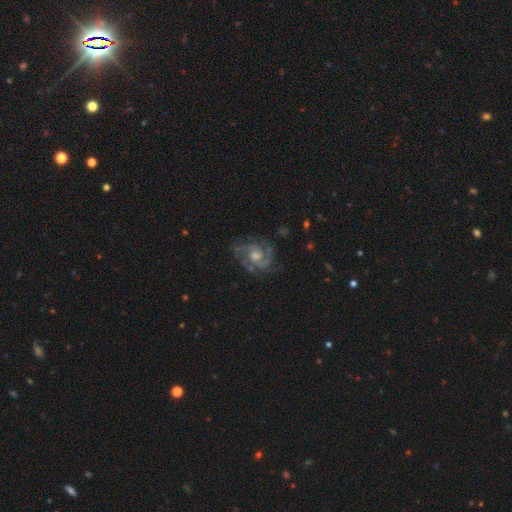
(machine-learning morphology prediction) This is clearly a featured or disk galaxy (88%). It is clearly not viewed edge-on (98%). Bar: possibly no (57%). Spiral arm pattern: clearly yes (98%). Spiral arm count: marginally 2 (41%). Spiral winding: possibly tight (48%). Central bulge: possibly moderate (58%). Merging: likely none (76%).